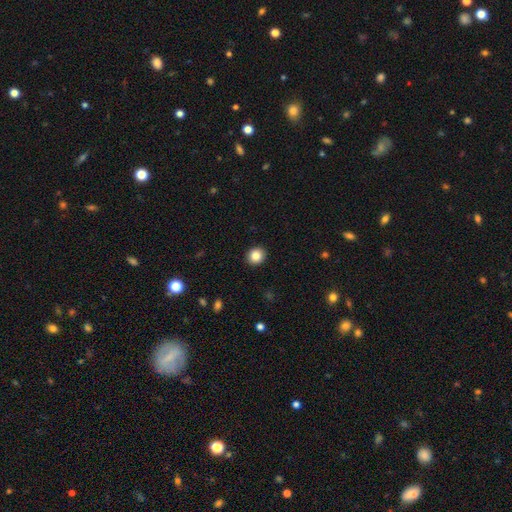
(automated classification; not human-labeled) The model was most divided on "how rounded": round: 84%, in between: 15%, cigar-shaped: 1%. More confident: merging — none (93%); smooth or featured — smooth (86%).